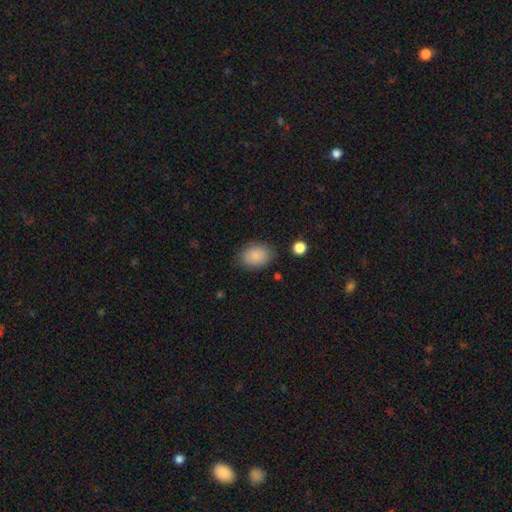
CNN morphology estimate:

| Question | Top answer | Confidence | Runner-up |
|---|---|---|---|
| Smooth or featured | smooth | 88% | star or artifact (7%) |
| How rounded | in between | 75% | round (24%) |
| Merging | none | 82% | minor disturbance (13%) |